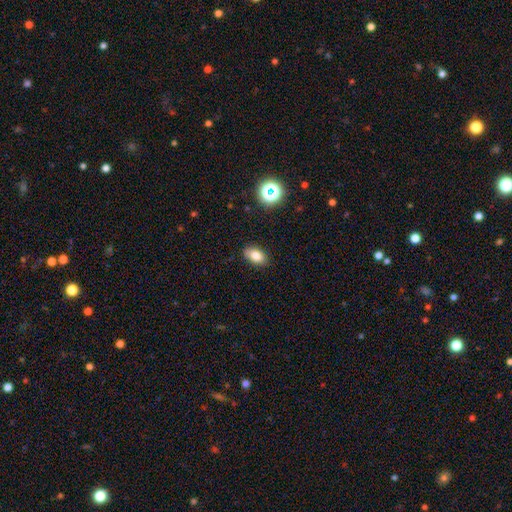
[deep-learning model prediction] smooth-or-featured: smooth: 82% | star or artifact: 11% | featured or disk: 8%
  how-rounded: in between: 88% | round: 11% | cigar-shaped: 2%
  merging: none: 86% | minor disturbance: 10% | major disturbance: 2% | merger: 1%